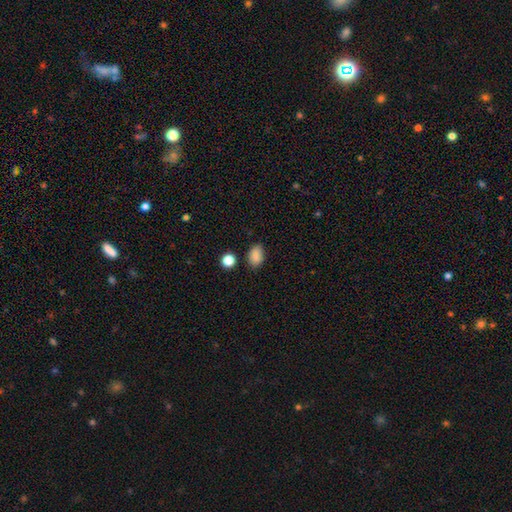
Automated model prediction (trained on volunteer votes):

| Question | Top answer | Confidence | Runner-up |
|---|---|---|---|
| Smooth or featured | smooth | 86% | star or artifact (9%) |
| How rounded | in between | 80% | round (18%) |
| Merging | none | 81% | minor disturbance (13%) |